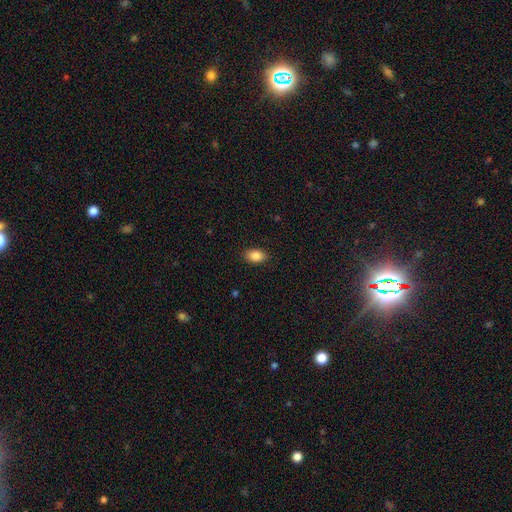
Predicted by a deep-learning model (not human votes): Morphology: type=smooth (86%); roundness=in between (87%); merging=none (88%).